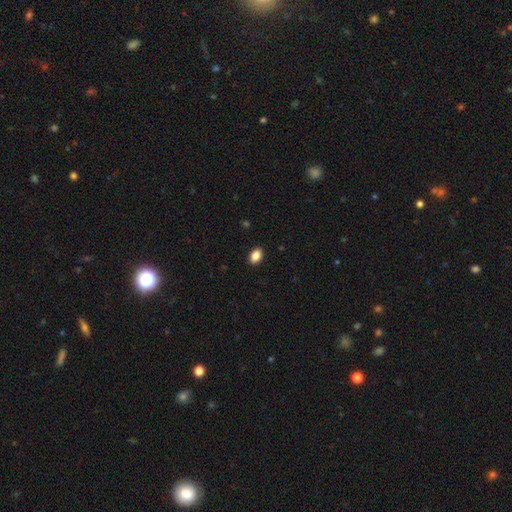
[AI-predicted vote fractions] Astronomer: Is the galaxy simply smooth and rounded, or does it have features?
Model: smooth — 88%.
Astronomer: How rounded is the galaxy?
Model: in between — 85%.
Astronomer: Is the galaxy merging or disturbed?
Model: none — 91%.